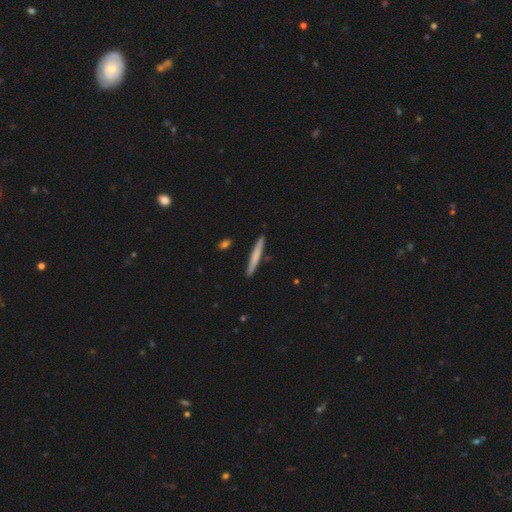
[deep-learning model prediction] This is likely a smooth galaxy (66%). How rounded: clearly cigar-shaped (96%). Merging: clearly none (90%).